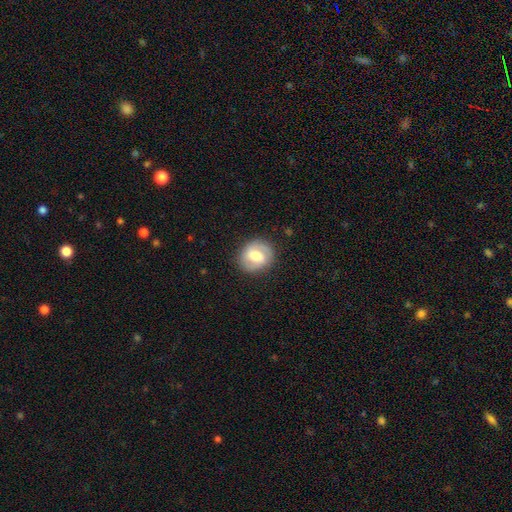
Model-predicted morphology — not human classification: Smooth or featured? Predicted: featured or disk (p=0.52). Edge-on disk? Predicted: no (p=0.97). Bar? Predicted: weak (p=0.50). Spiral arms? Predicted: yes (p=0.76). Bulge size? Predicted: moderate (p=0.54). Merging? Predicted: none (p=0.83).